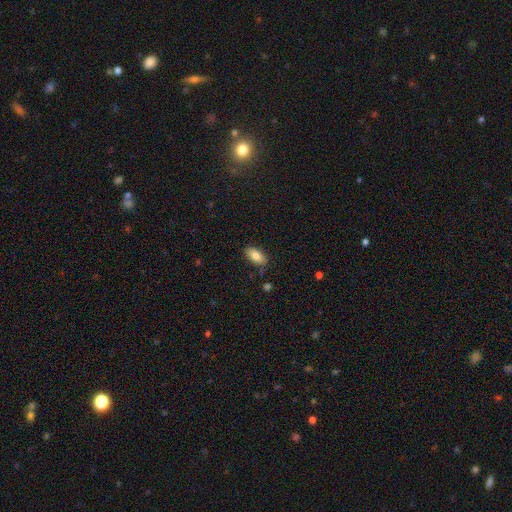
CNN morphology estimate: This is clearly a smooth galaxy (84%). How rounded: clearly in between (91%). Merging: clearly none (84%).